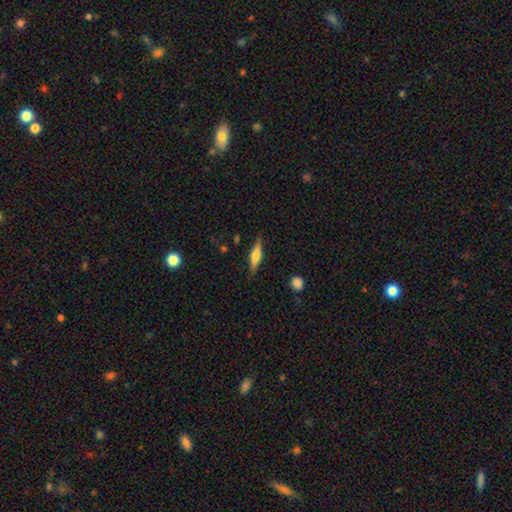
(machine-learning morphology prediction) type=smooth (49%); merging=none (85%).